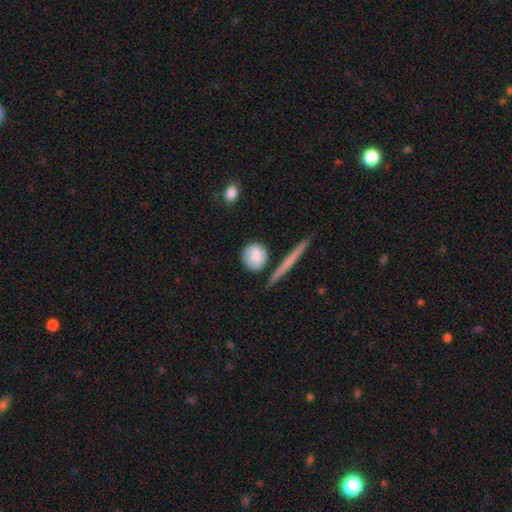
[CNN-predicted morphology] A smooth galaxy with no disk features (74%) that is round (82%). Merging: none (71%).